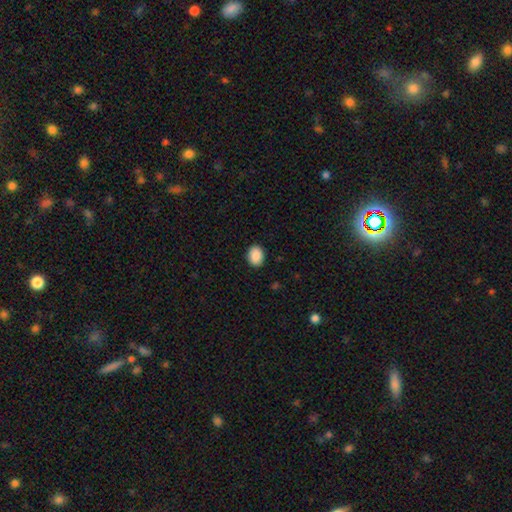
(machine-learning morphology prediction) smooth 90%, star or artifact 7%, featured or disk 3%. Down the decision tree: how rounded — in between (68%); merging — none (90%).